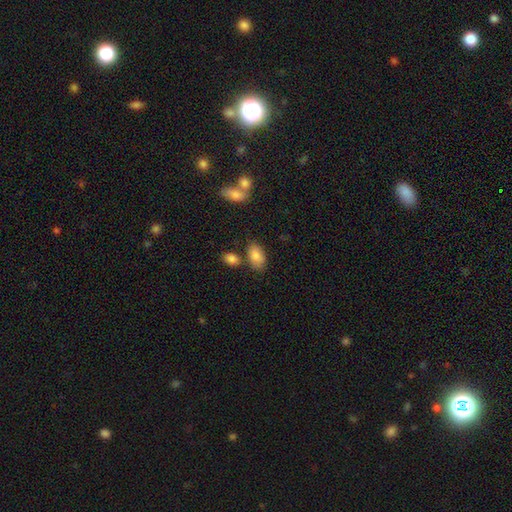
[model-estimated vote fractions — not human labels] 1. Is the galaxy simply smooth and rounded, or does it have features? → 85% smooth, 8% featured or disk, 7% star or artifact.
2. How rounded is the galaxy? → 92% in between, 6% round, 2% cigar-shaped.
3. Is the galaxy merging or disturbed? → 70% none, 14% minor disturbance, 12% merger, 4% major disturbance.